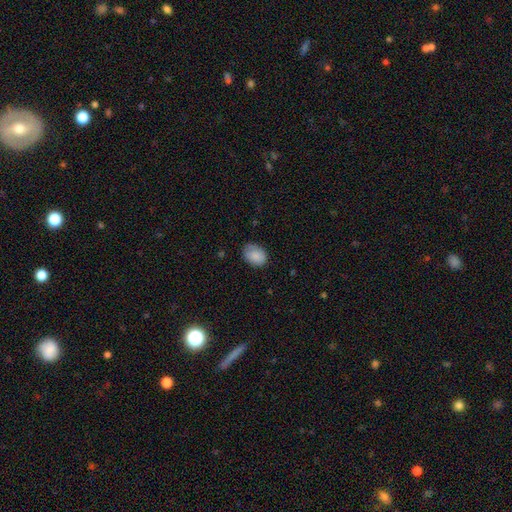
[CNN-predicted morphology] Smooth or featured: smooth — 87% (star or artifact — 7%)
How rounded: in between — 71% (round — 29%)
Merging: none — 75% (minor disturbance — 20%)